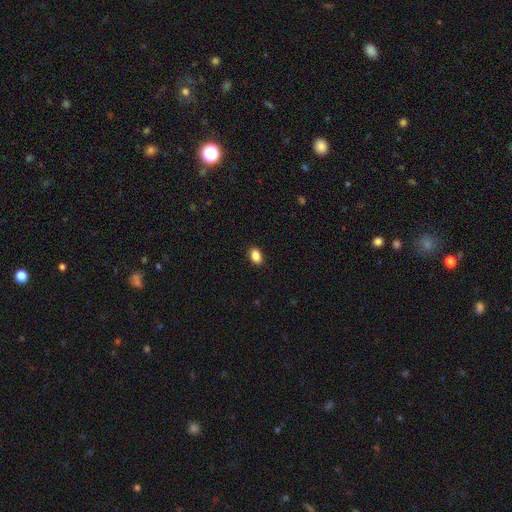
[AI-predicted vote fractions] Smooth or featured?
  - smooth: 88% *
  - star or artifact: 8%
  - featured or disk: 4%
How rounded?
  - in between: 83% *
  - round: 15%
  - cigar-shaped: 1%
Merging?
  - none: 90% *
  - minor disturbance: 8%
  - major disturbance: 2%
  - merger: 1%